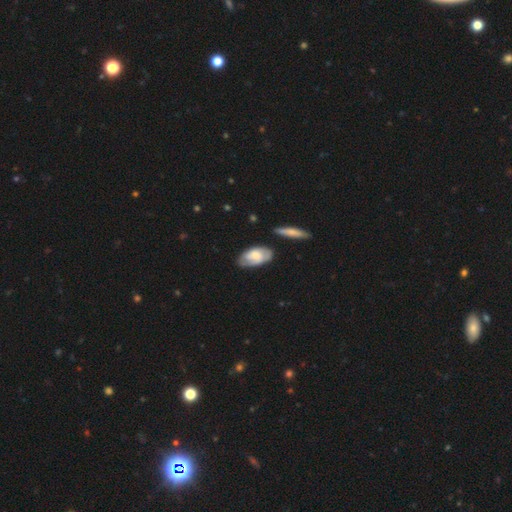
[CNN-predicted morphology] smooth-or-featured: smooth: 50% | featured or disk: 44% | star or artifact: 6%
  merging: none: 66% | minor disturbance: 24% | major disturbance: 6% | merger: 5%